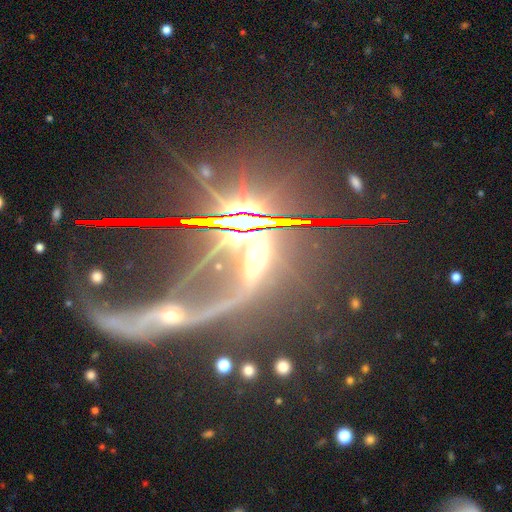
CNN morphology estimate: smooth_or_featured: star or artifact (p=0.46) [alt: featured or disk p=0.42]